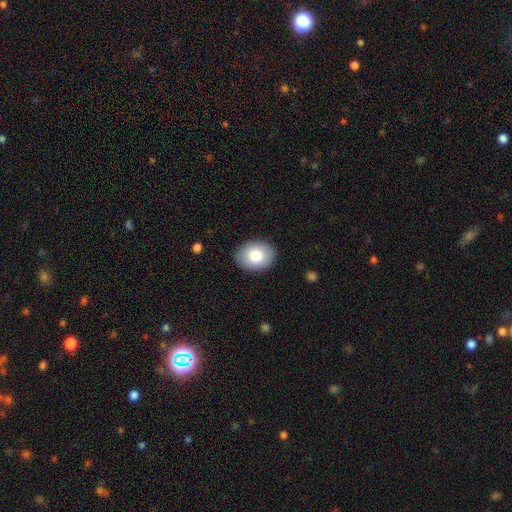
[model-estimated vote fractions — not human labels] Overall: smooth (81%). How rounded: in between (63%; round 36%). Merging: none (89%).